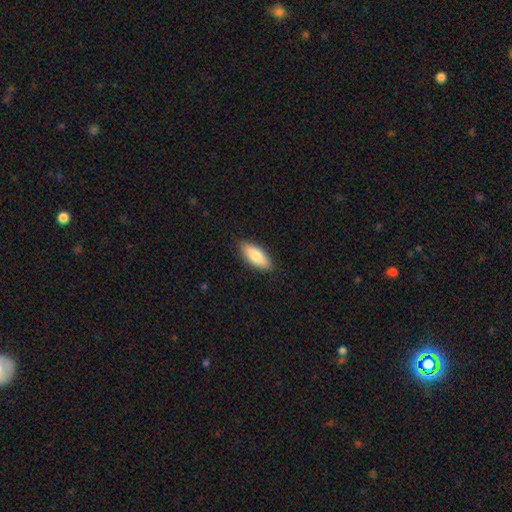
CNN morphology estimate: This is clearly a smooth galaxy (81%). How rounded: likely in between (78%). Merging: clearly none (87%).